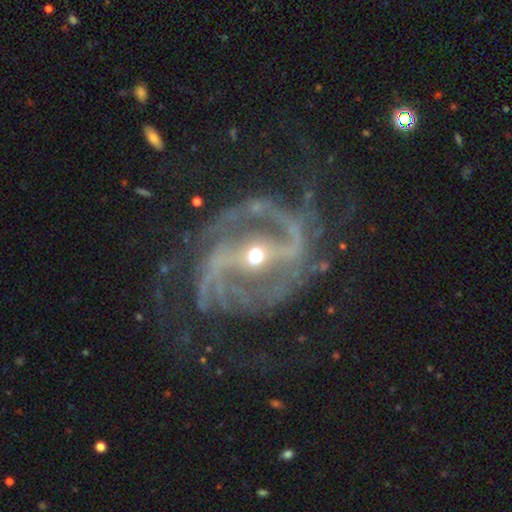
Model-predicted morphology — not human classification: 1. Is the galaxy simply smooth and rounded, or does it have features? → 90% featured or disk, 5% star or artifact, 4% smooth.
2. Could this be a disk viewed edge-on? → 96% no, 4% yes.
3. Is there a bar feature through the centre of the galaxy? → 52% strong, 29% weak, 19% no.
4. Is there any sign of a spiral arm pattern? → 93% yes, 7% no.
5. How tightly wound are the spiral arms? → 48% medium, 27% tight, 26% loose.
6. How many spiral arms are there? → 71% 2, 8% can't tell, 7% 3, 5% 1, 4% 4, 4% more than 4.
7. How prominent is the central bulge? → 50% moderate, 43% small, 4% large, 1% dominant, 1% none.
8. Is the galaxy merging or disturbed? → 65% none, 16% minor disturbance, 16% major disturbance, 3% merger.